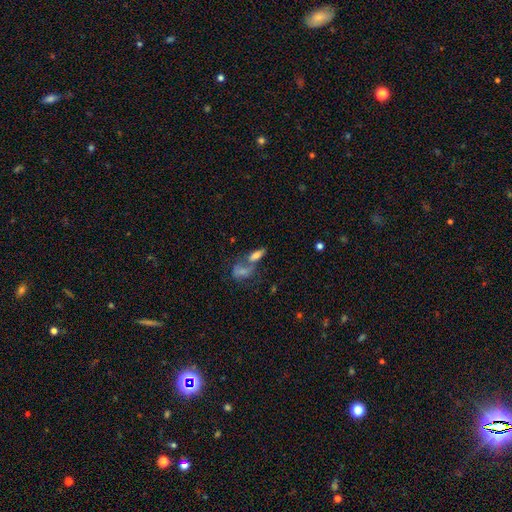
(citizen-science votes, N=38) A smooth galaxy with no disk features (63%) that is in between round and cigar-shaped (79%). Merging: none (43%).